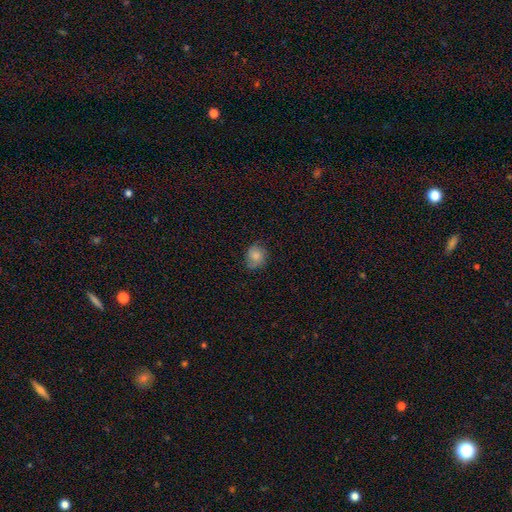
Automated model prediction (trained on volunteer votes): smooth-or-featured: smooth: 73% | featured or disk: 18% | star or artifact: 9%
  how-rounded: round: 64% | in between: 35% | cigar-shaped: 1%
  merging: none: 70% | minor disturbance: 23% | major disturbance: 6% | merger: 1%